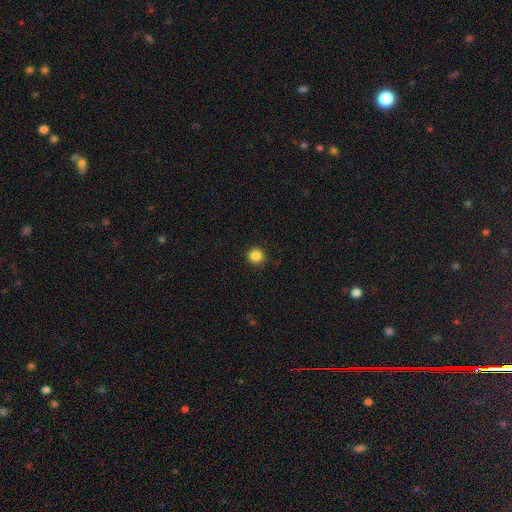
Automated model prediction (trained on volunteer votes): A smooth galaxy with no disk features (86%) that is round (95%). Merging: none (92%).